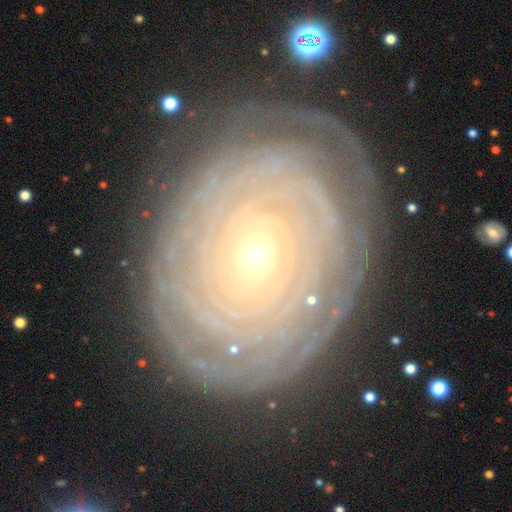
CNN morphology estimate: Overall: featured or disk (81%). Edge-on disk: no (96%). Bar: no (82%). Spiral arms: yes (90%). Spiral arm count: can't tell (43%; more than 4 20%). Spiral winding: tight (88%). Bulge size: small (80%). Merging: none (80%).